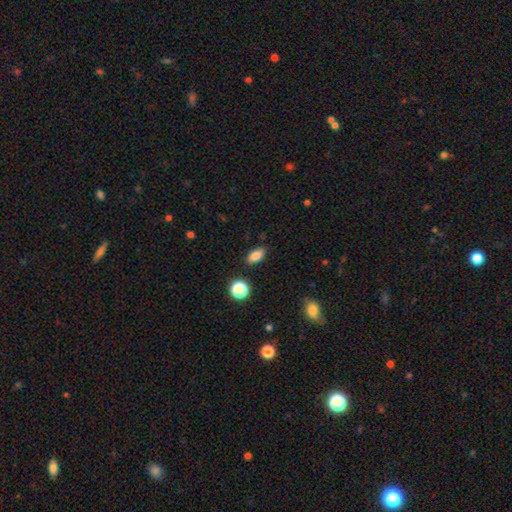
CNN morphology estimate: Smooth or featured?
  - smooth: 83% *
  - star or artifact: 10%
  - featured or disk: 7%
How rounded?
  - in between: 85% *
  - round: 9%
  - cigar-shaped: 6%
Merging?
  - none: 86% *
  - minor disturbance: 9%
  - major disturbance: 2%
  - merger: 2%